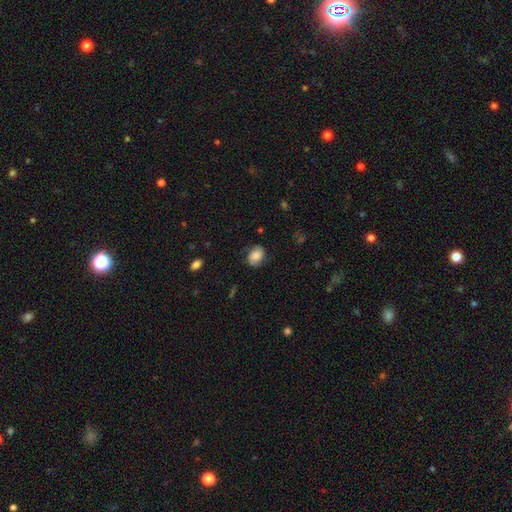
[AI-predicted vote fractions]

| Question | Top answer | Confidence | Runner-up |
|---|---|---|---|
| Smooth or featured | smooth | 60% | featured or disk (30%) |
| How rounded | in between | 63% | round (36%) |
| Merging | none | 74% | minor disturbance (19%) |